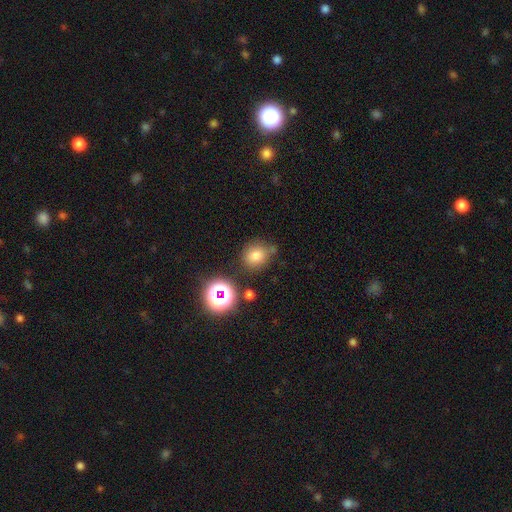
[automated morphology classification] Smooth or featured: smooth — 71% (star or artifact — 20%)
How rounded: round — 80% (in between — 19%)
Merging: none — 73% (minor disturbance — 16%)